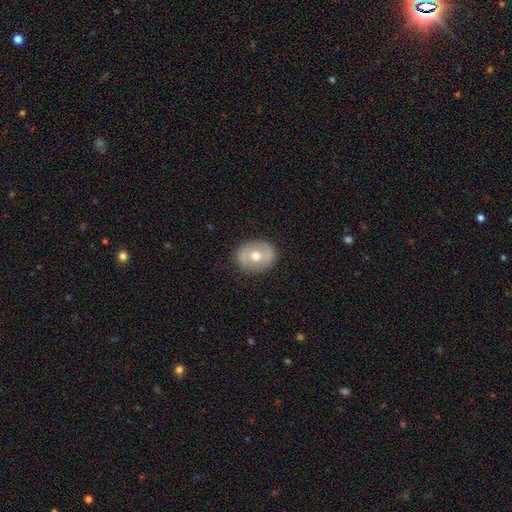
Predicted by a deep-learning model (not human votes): smooth-or-featured: smooth: 49% | featured or disk: 44% | star or artifact: 8%
  merging: none: 85% | minor disturbance: 11% | major disturbance: 3% | merger: 1%